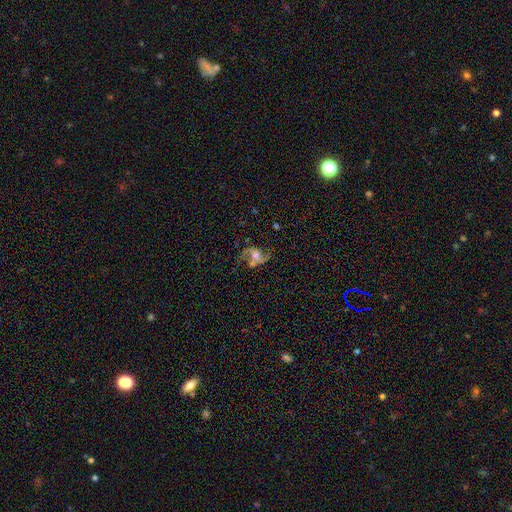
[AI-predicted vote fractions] featured or disk 82%, smooth 10%, star or artifact 8%. Down the decision tree: edge-on disk — no (97%); bar — no (58%); spiral arms — yes (94%); spiral arm count — 2 (92%); spiral winding — loose (65%); bulge size — moderate (63%); merging — none (60%).